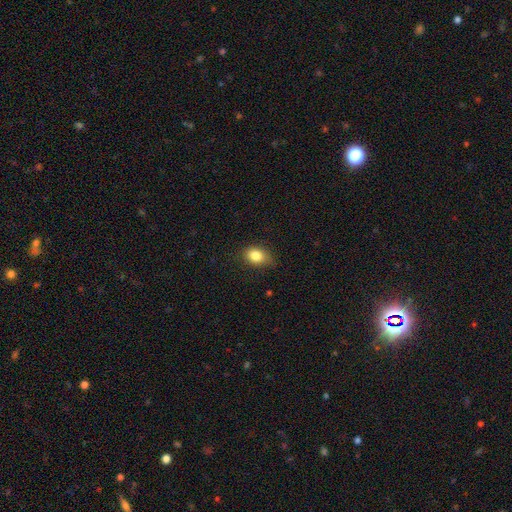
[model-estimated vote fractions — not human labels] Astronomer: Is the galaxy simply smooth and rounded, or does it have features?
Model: smooth — 83%.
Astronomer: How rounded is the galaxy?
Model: in between — 66%.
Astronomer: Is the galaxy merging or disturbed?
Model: none — 69%.